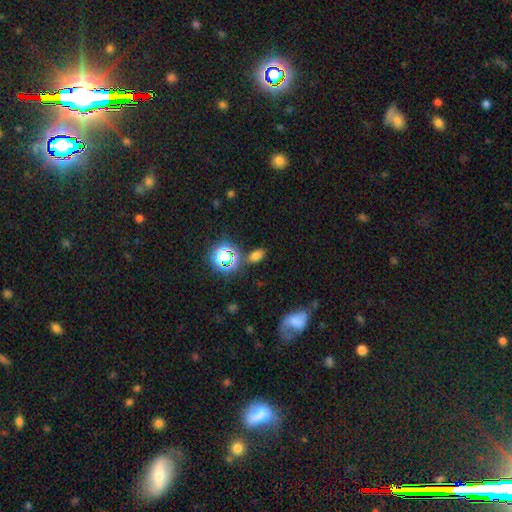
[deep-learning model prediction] smooth 67%, star or artifact 26%, featured or disk 7%. Down the decision tree: how rounded — in between (80%); merging — none (78%).